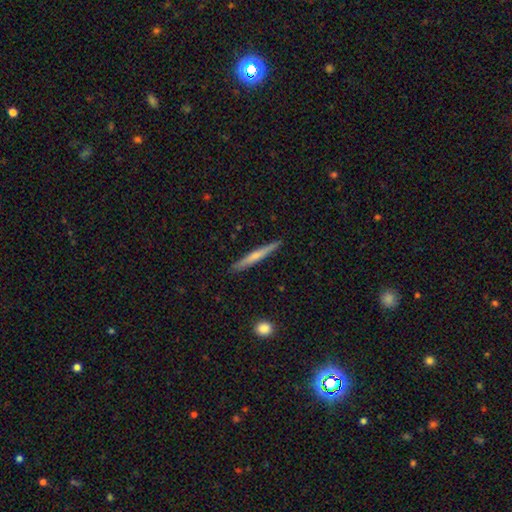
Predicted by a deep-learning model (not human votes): A smooth galaxy with no disk features (52%) that is cigar-shaped (96%). Merging: none (90%).